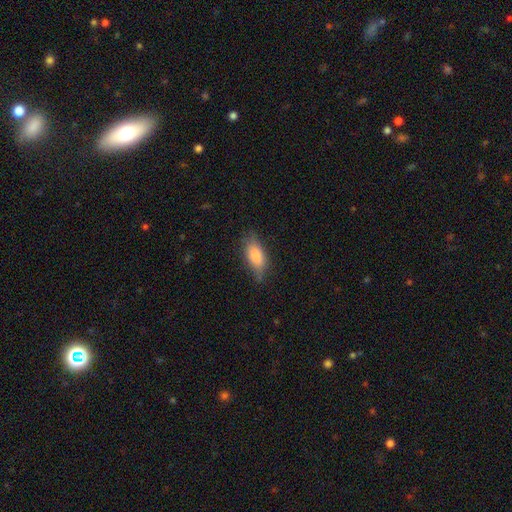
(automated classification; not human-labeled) Smooth or featured? Predicted: smooth (p=0.84). How rounded? Predicted: in between (p=0.85). Merging? Predicted: none (p=0.70).